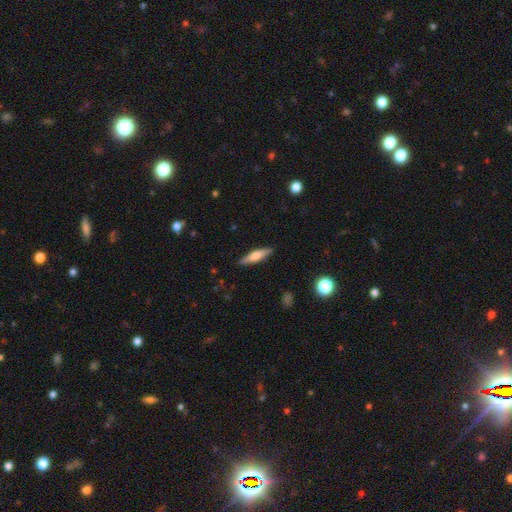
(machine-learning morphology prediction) smooth 50%, featured or disk 44%, star or artifact 6%. Down the decision tree: merging — none (88%).